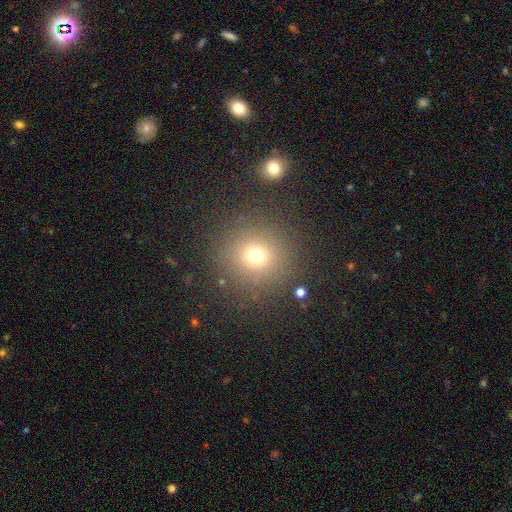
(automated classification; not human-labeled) Overall: smooth (72%). How rounded: round (93%). Merging: none (87%).